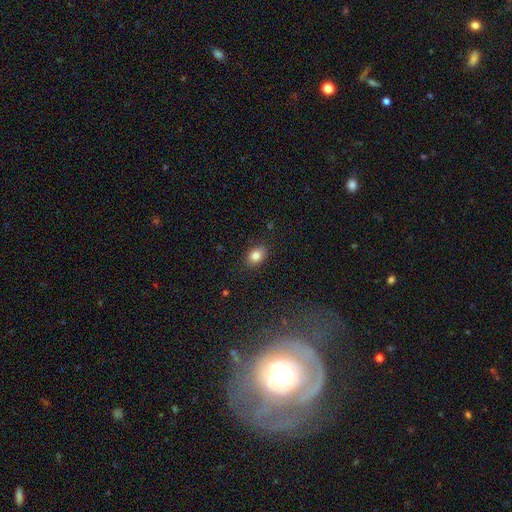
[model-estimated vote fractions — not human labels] Overall: smooth (83%). How rounded: in between (72%). Merging: none (85%).